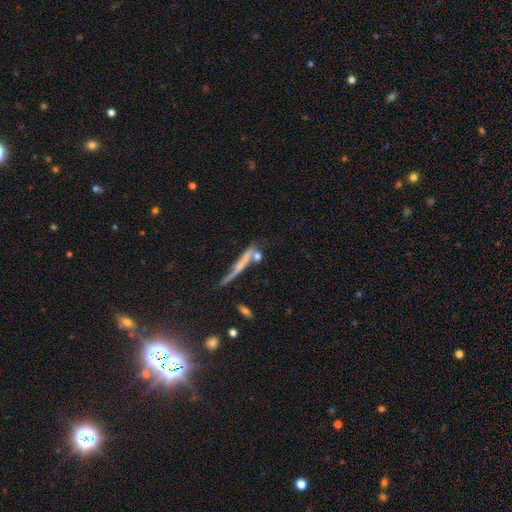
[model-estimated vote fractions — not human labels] Morphology: type=smooth (54%); roundness=cigar-shaped (73%); merging=none (51%).